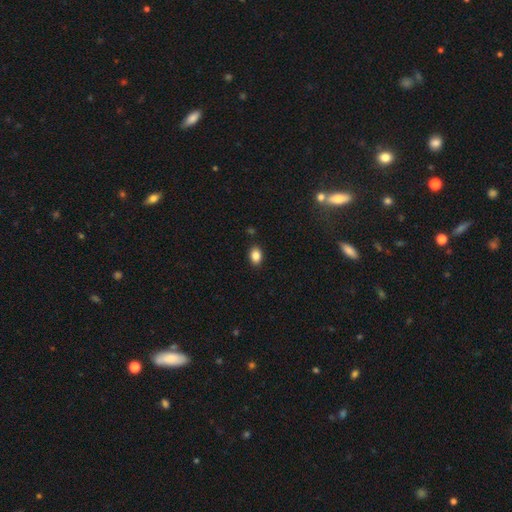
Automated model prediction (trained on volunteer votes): Smooth or featured: smooth — 86% (star or artifact — 9%)
How rounded: in between — 75% (round — 24%)
Merging: none — 88% (minor disturbance — 8%)